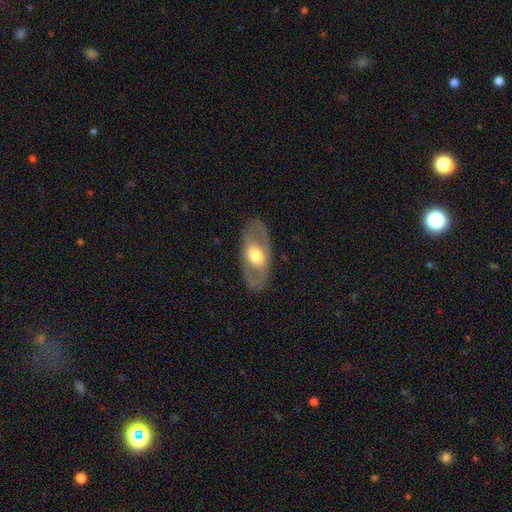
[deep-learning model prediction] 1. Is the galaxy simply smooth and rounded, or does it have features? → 57% featured or disk, 38% smooth, 5% star or artifact.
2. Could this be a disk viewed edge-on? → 84% no, 16% yes.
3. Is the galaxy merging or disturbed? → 83% none, 11% minor disturbance, 5% major disturbance, 1% merger.